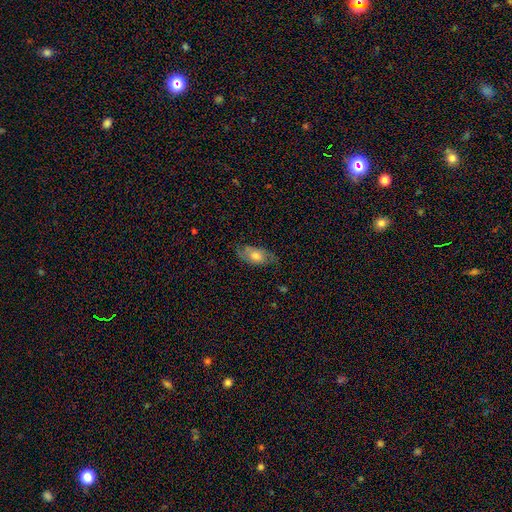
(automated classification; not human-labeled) The model was most divided on "smooth or featured": smooth: 51%, featured or disk: 41%, star or artifact: 8%. More confident: how rounded — in between (87%); merging — none (69%).